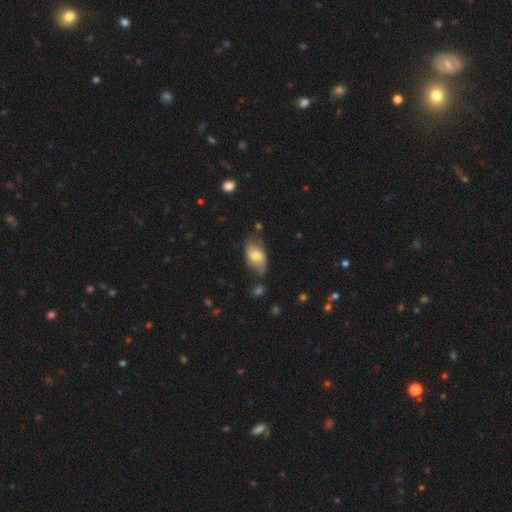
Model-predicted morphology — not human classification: The model was most divided on "merging": none: 50%, minor disturbance: 33%, major disturbance: 12%, merger: 5%. More confident: how rounded — in between (92%); smooth or featured — smooth (62%).